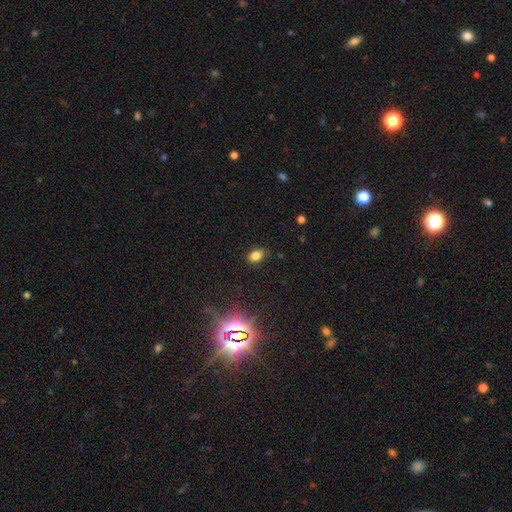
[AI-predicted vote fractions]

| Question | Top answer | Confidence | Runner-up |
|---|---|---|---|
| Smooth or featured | smooth | 78% | star or artifact (16%) |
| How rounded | in between | 73% | round (26%) |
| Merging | none | 84% | minor disturbance (12%) |